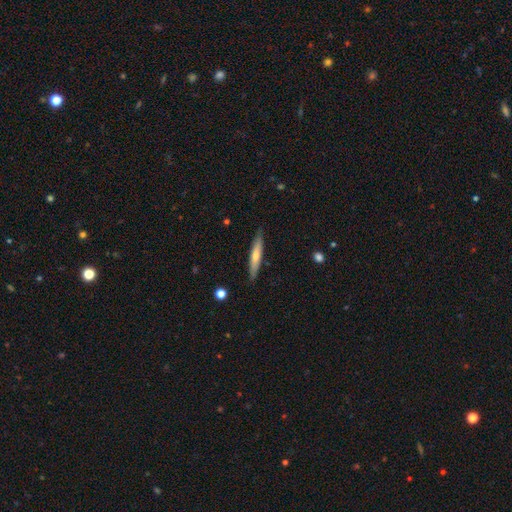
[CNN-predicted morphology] Smooth or featured?
  - smooth: 54% *
  - featured or disk: 40%
  - star or artifact: 6%
How rounded?
  - cigar-shaped: 90% *
  - in between: 8%
  - round: 1%
Merging?
  - none: 86% *
  - minor disturbance: 11%
  - major disturbance: 2%
  - merger: 1%